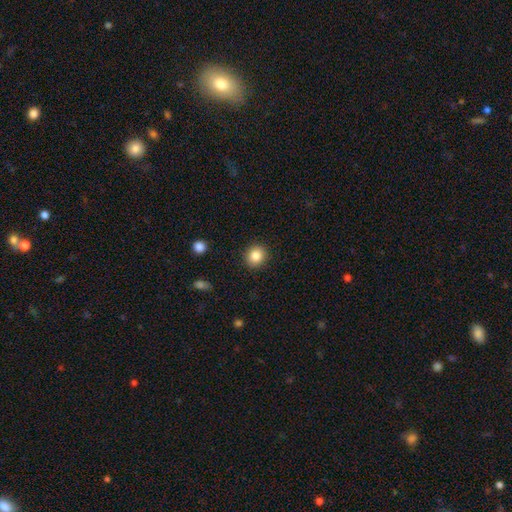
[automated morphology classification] Smooth or featured?
  - smooth: 85% *
  - star or artifact: 9%
  - featured or disk: 5%
How rounded?
  - round: 82% *
  - in between: 17%
  - cigar-shaped: 1%
Merging?
  - none: 91% *
  - minor disturbance: 6%
  - major disturbance: 2%
  - merger: 1%